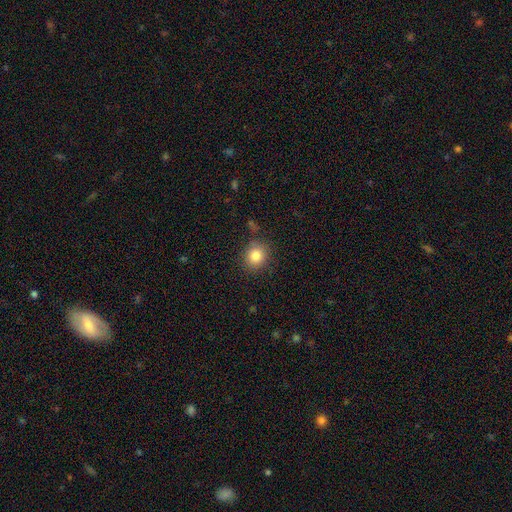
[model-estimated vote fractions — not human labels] A smooth galaxy with no disk features (83%) that is round (79%).

Vote fractions:
- Smooth or featured? smooth: 83% / star or artifact: 10% / featured or disk: 6%
- How rounded? round: 79% / in between: 20% / cigar-shaped: 1%
- Merging? none: 85% / minor disturbance: 10% / major disturbance: 3% / merger: 2%